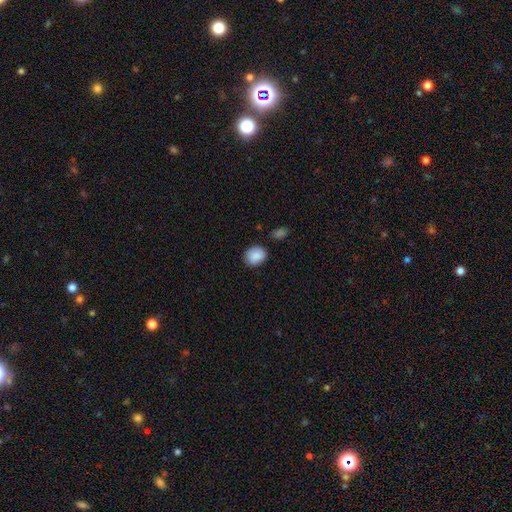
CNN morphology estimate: Smooth or featured: smooth — 87% (star or artifact — 8%)
How rounded: round — 57% (in between — 42%)
Merging: none — 77% (minor disturbance — 16%)